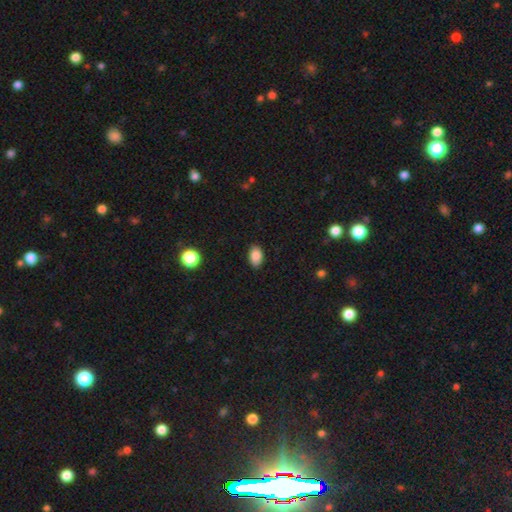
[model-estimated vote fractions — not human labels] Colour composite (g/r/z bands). It shows a smooth galaxy with no disk features (86%) that is in between round and cigar-shaped (87%). Merging: none (87%).